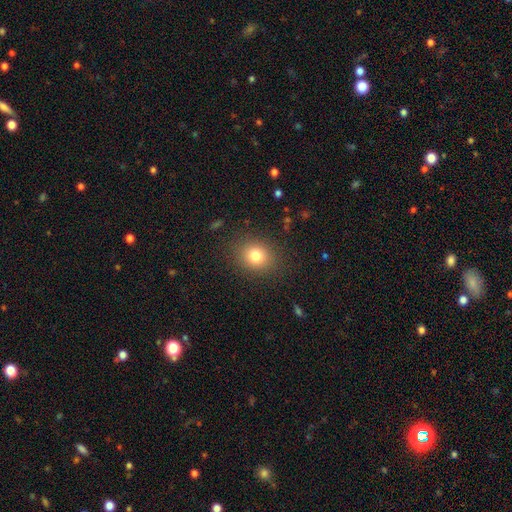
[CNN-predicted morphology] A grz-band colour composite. It shows a smooth galaxy with no disk features (80%) that is round (68%). Merging: none (86%).